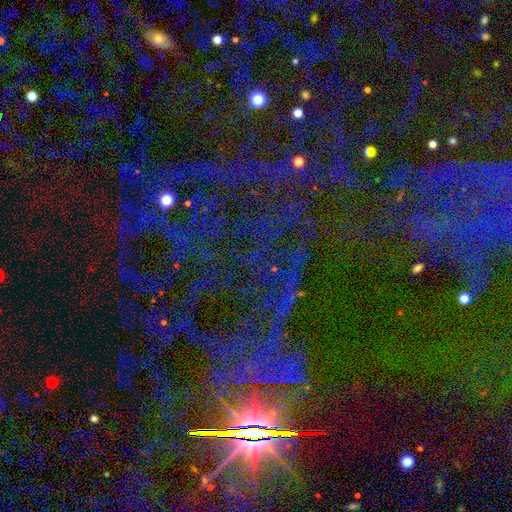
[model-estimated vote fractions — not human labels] Morphology: type=star or artifact (83%).